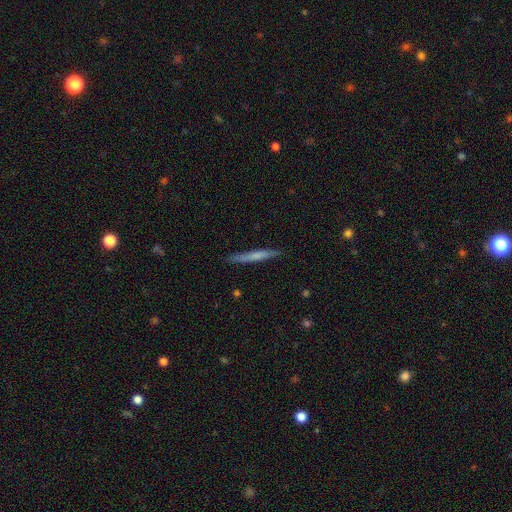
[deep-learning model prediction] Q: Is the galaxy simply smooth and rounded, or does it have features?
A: smooth — 53%.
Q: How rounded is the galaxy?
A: cigar-shaped — 96%.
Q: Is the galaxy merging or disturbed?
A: none — 88%.